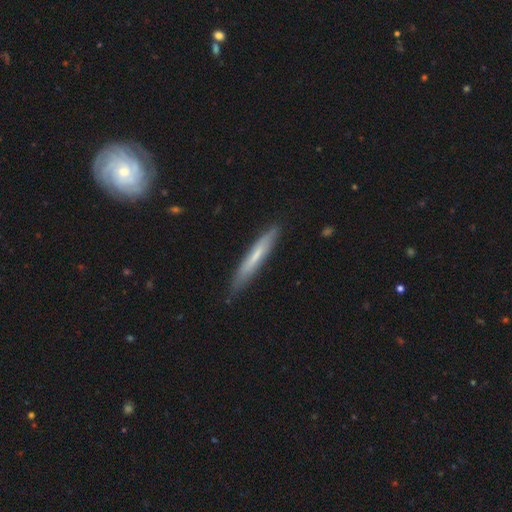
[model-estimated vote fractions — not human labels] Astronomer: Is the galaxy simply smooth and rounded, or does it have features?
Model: smooth — 56% (runner-up: featured or disk, 38%).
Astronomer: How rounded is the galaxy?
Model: cigar-shaped — 94%.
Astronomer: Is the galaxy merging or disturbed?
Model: none — 84%.